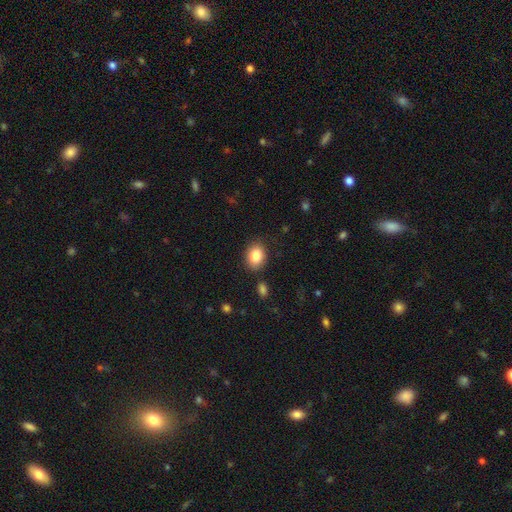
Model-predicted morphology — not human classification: A smooth galaxy with no disk features (85%) that is in between round and cigar-shaped (65%).

Vote fractions:
- Smooth or featured? smooth: 85% / star or artifact: 8% / featured or disk: 7%
- How rounded? in between: 65% / round: 34% / cigar-shaped: 1%
- Merging? none: 83% / minor disturbance: 11% / major disturbance: 3% / merger: 3%